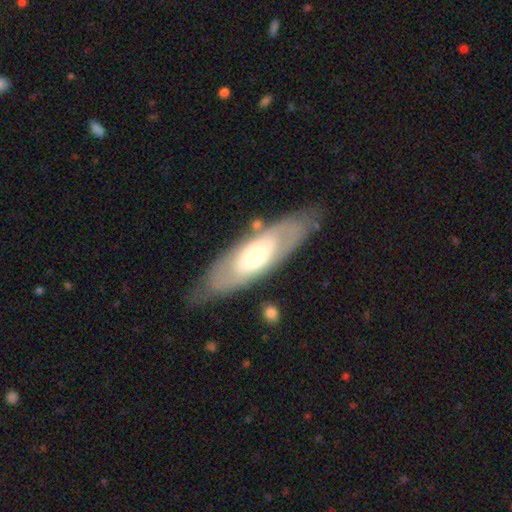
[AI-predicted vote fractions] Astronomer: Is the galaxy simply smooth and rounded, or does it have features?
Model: featured or disk — 56% (runner-up: smooth, 39%).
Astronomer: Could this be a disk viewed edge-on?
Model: no — 73%.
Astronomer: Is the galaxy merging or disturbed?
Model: none — 74%.